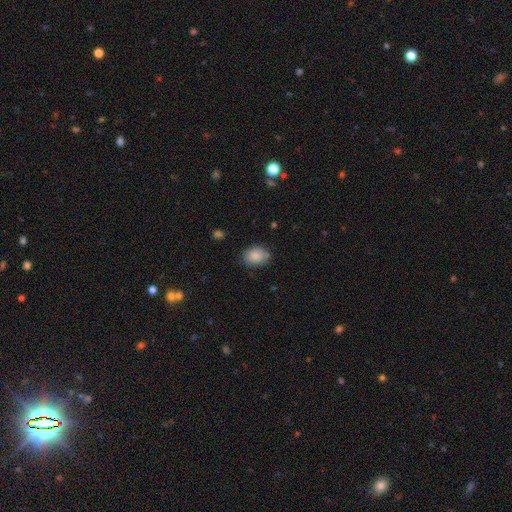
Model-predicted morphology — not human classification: Smooth or featured: smooth — 87% (star or artifact — 8%)
How rounded: in between — 63% (round — 37%)
Merging: none — 76% (minor disturbance — 18%)